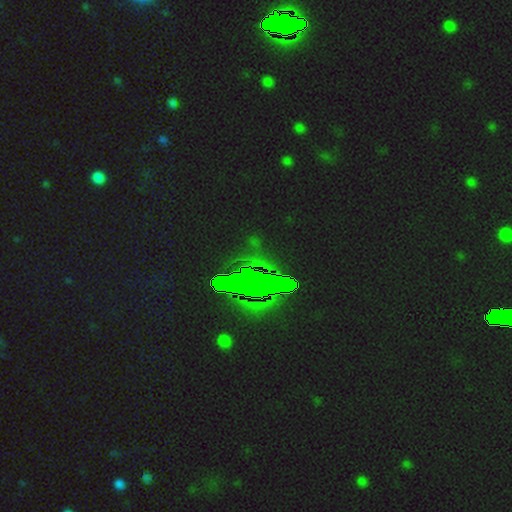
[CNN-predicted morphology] smooth_or_featured: star or artifact (p=0.69) [alt: featured or disk p=0.16]